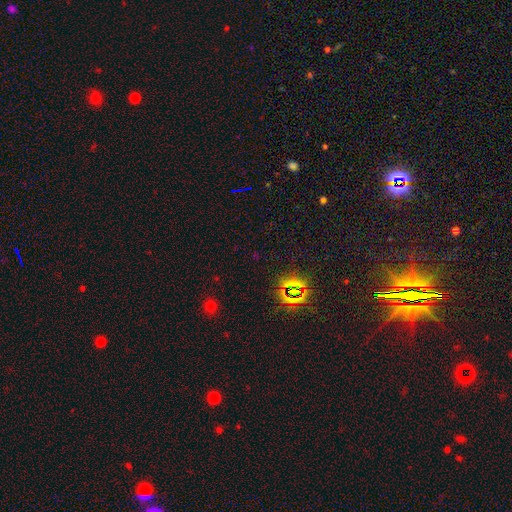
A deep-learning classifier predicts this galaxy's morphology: smooth_or_featured: star or artifact (p=0.76) [alt: smooth p=0.17]